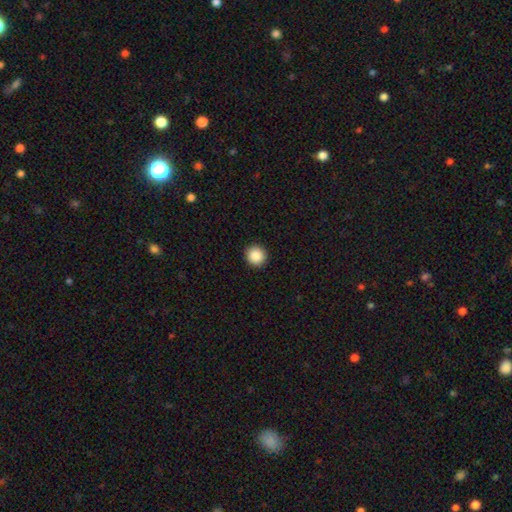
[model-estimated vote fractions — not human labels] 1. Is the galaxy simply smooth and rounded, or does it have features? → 88% smooth, 9% star or artifact, 3% featured or disk.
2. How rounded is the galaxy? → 95% round, 4% in between, 1% cigar-shaped.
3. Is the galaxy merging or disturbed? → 93% none, 4% minor disturbance, 1% major disturbance, 1% merger.